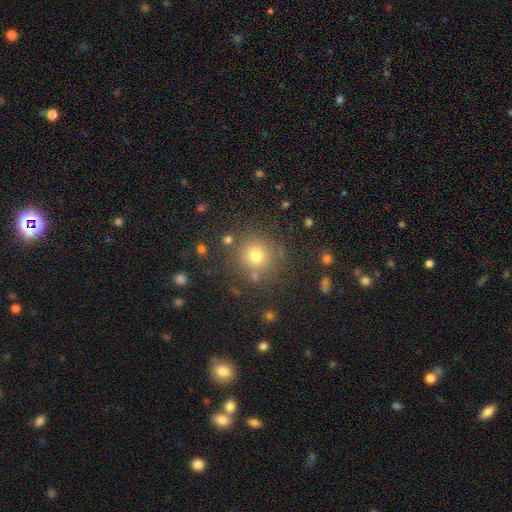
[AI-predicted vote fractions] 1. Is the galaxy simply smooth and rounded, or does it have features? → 74% smooth, 17% star or artifact, 9% featured or disk.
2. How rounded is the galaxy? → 93% round, 6% in between, 1% cigar-shaped.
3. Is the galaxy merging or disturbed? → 83% none, 8% minor disturbance, 5% merger, 4% major disturbance.